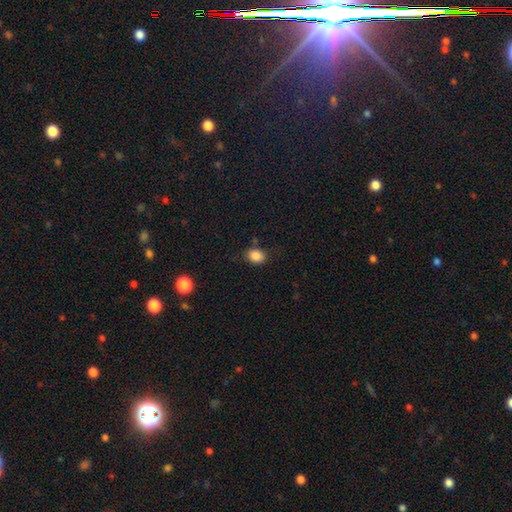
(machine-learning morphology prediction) Q: Smooth or featured?
A: smooth (86%); runner-up: star or artifact (10%)
Q: How rounded?
A: round (50%); runner-up: in between (49%)
Q: Merging?
A: none (76%); runner-up: minor disturbance (16%)